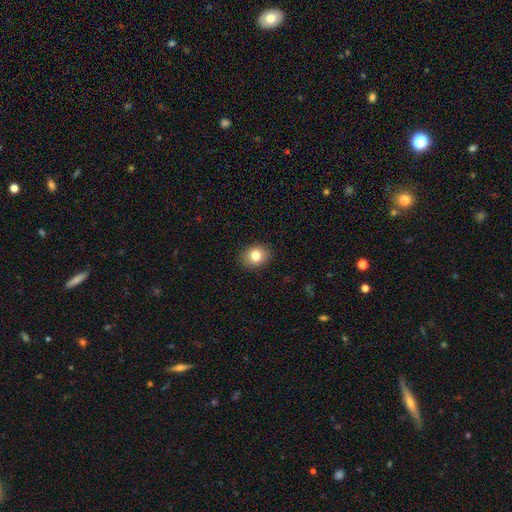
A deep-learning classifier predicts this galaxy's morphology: This appears to be a smooth galaxy with no disk features (81%) that is in between round and cigar-shaped (56%). Merging: none (89%).